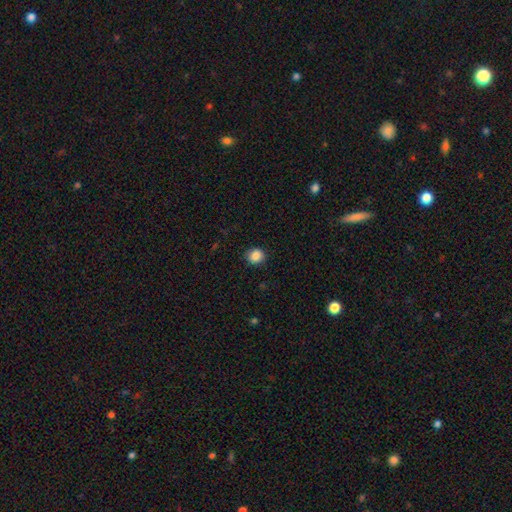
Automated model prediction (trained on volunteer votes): The model was most divided on "how rounded": round: 77%, in between: 22%, cigar-shaped: 1%. More confident: merging — none (87%); smooth or featured — smooth (86%).